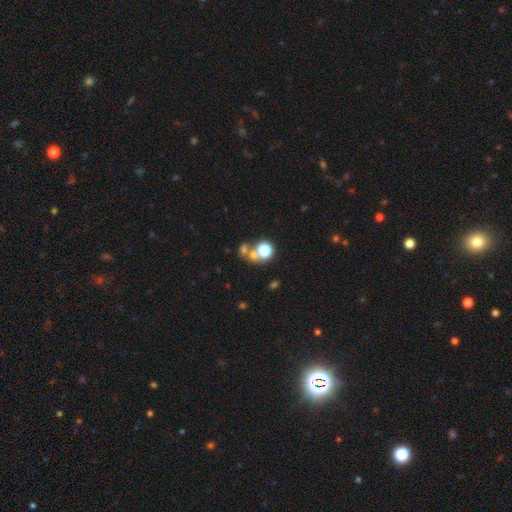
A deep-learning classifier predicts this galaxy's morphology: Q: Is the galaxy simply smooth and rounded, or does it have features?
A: smooth — 55%.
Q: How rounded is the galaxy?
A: round — 77%.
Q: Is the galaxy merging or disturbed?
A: none — 47%.